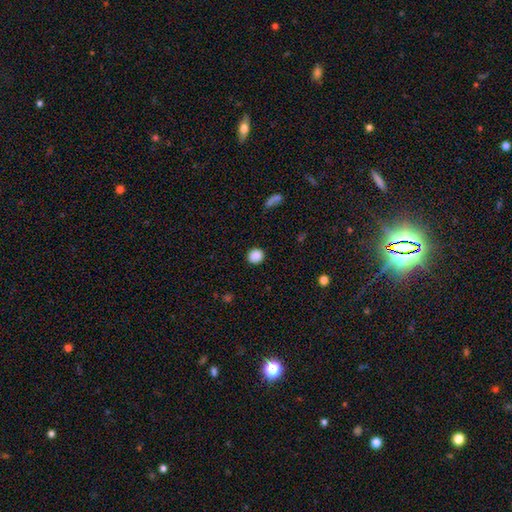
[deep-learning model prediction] Smooth or featured: smooth — 88% (star or artifact — 9%)
How rounded: round — 88% (in between — 11%)
Merging: none — 89% (minor disturbance — 7%)